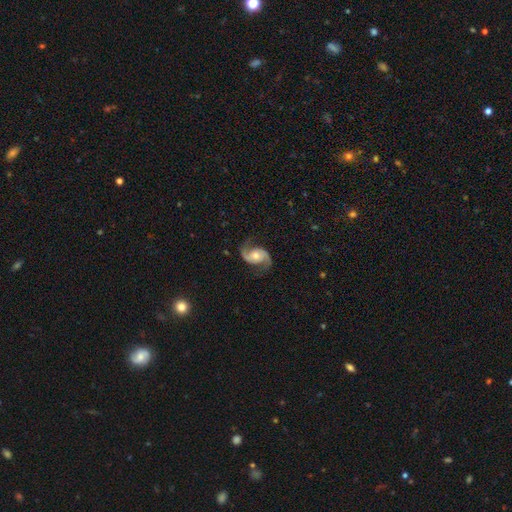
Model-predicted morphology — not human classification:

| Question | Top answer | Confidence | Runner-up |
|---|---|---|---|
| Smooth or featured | featured or disk | 91% | smooth (5%) |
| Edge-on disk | no | 98% | yes (2%) |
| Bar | no | 62% | weak (28%) |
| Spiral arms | yes | 98% | no (2%) |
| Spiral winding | medium | 48% | loose (40%) |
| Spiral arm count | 2 | 94% | 1 (1%) |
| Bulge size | moderate | 64% | small (27%) |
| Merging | none | 81% | minor disturbance (13%) |